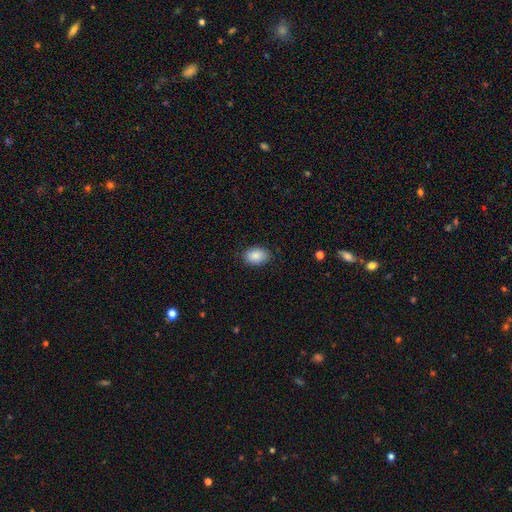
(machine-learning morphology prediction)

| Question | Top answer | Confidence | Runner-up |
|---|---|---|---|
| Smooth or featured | smooth | 88% | star or artifact (7%) |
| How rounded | in between | 84% | round (15%) |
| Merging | none | 86% | minor disturbance (11%) |